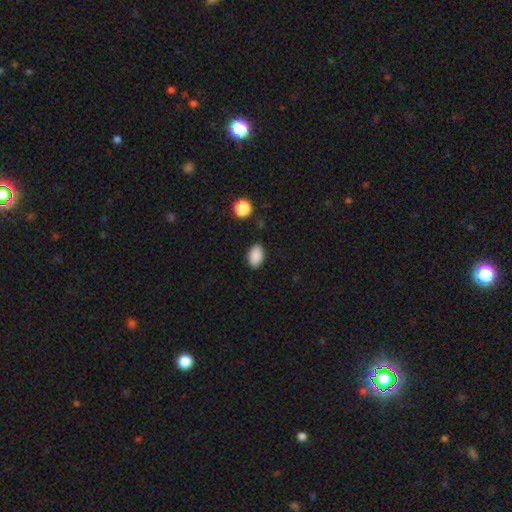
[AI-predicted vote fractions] Morphology: type=smooth (88%); roundness=in between (90%); merging=none (85%).